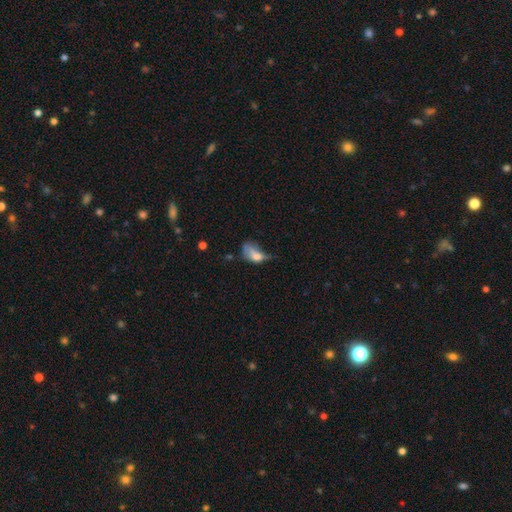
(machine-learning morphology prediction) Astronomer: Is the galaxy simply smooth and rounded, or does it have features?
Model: smooth — 62%.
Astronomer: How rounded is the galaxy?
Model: in between — 83%.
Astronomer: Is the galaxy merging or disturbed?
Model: major disturbance — 46% (runner-up: minor disturbance, 24%).